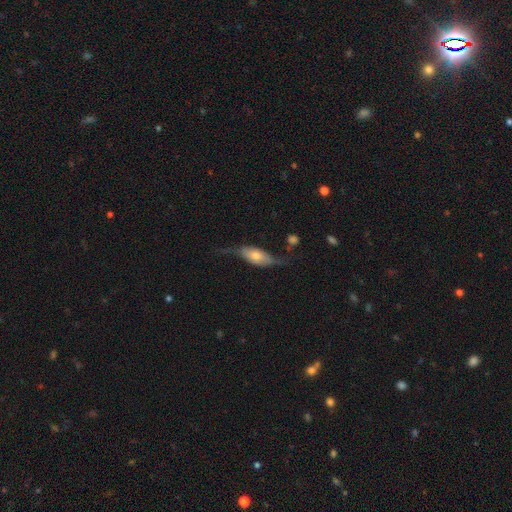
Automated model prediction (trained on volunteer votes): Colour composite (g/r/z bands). It shows a featured or disk galaxy (50%). Merging: none (39%).